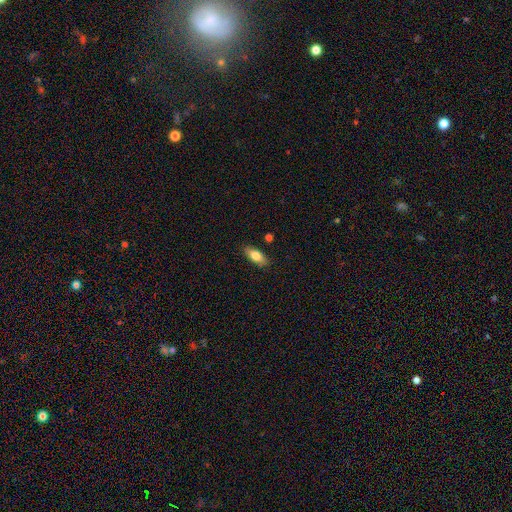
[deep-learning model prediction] This appears to be a smooth galaxy with no disk features (77%) that is in between round and cigar-shaped (81%). Merging: none (85%).